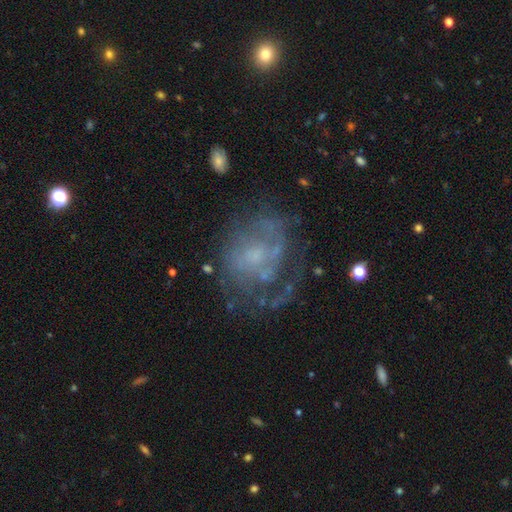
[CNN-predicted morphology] The model was most divided on "bulge size": small: 45%, none: 26%, moderate: 25%, large: 3%, dominant: 1%. Remaining: edge-on disk — no (98%); bar — no (73%); smooth or featured — featured or disk (69%); spiral arms — yes (64%); merging — none (49%).